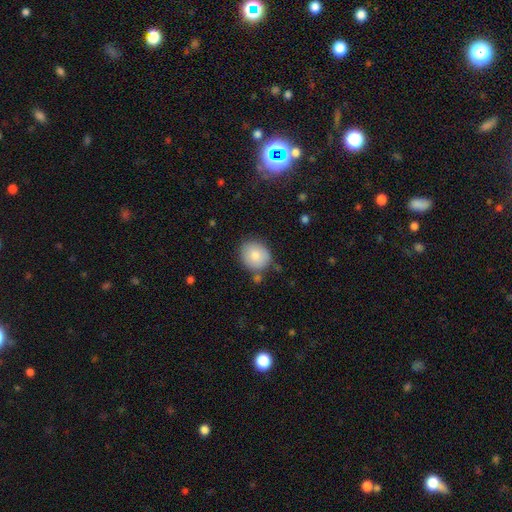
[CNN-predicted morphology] A smooth galaxy with no disk features (81%) that is round (77%).

Vote fractions:
- Smooth or featured? smooth: 81% / featured or disk: 12% / star or artifact: 8%
- How rounded? round: 77% / in between: 22% / cigar-shaped: 1%
- Merging? none: 77% / minor disturbance: 15% / merger: 5% / major disturbance: 3%